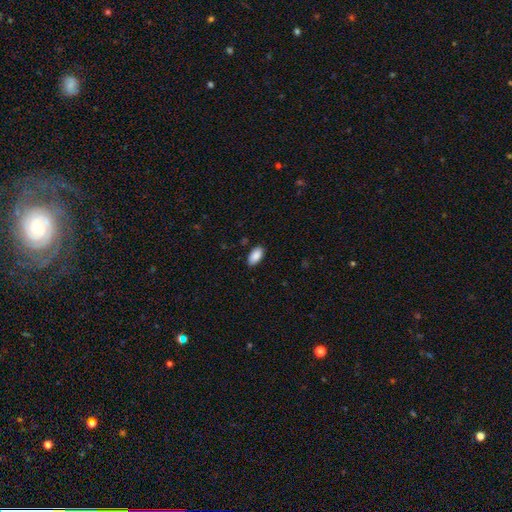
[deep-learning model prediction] Morphology: type=smooth (89%); roundness=in between (94%); merging=none (86%).